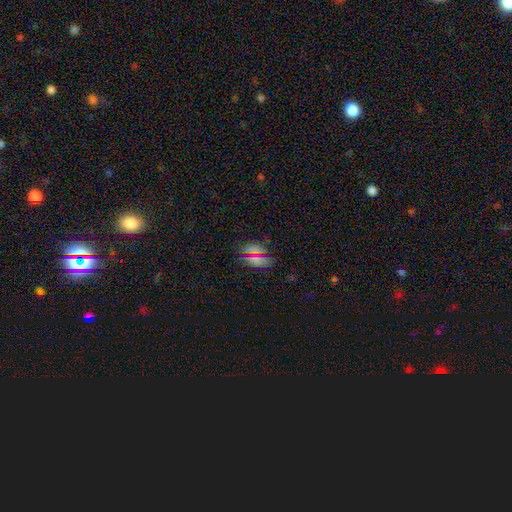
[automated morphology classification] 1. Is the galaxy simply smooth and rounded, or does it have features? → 67% smooth, 25% star or artifact, 9% featured or disk.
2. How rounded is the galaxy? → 78% in between, 11% round, 10% cigar-shaped.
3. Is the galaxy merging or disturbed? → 77% none, 14% minor disturbance, 5% major disturbance, 4% merger.